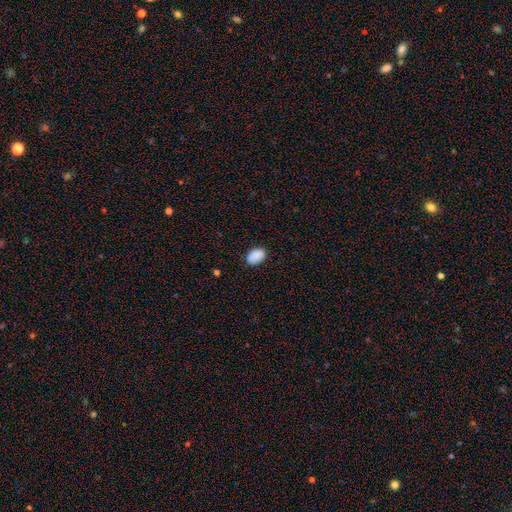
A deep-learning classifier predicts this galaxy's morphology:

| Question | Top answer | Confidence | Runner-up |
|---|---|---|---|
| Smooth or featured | smooth | 90% | star or artifact (7%) |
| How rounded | in between | 88% | round (11%) |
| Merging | none | 83% | minor disturbance (14%) |